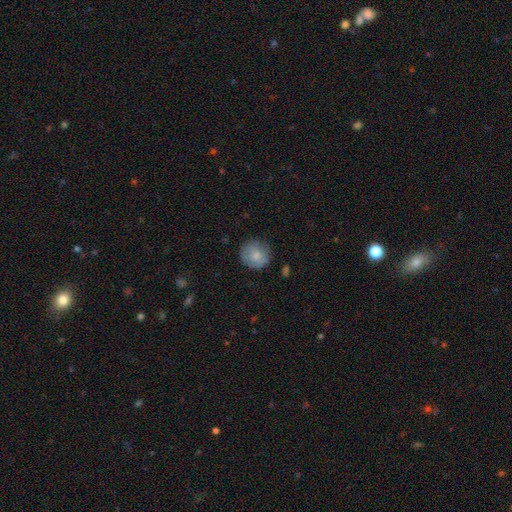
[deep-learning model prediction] Q: Smooth or featured?
A: smooth (78%); runner-up: featured or disk (15%)
Q: How rounded?
A: round (87%); runner-up: in between (12%)
Q: Merging?
A: none (77%); runner-up: minor disturbance (17%)